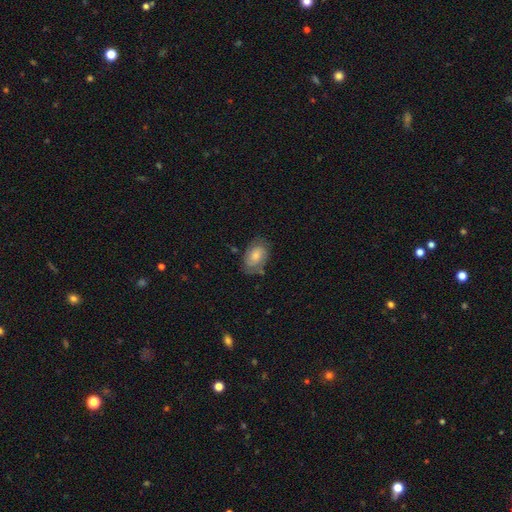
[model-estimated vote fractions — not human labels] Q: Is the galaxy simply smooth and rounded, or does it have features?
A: smooth — 52%.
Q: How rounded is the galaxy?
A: in between — 86%.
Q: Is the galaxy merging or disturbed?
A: none — 67%.